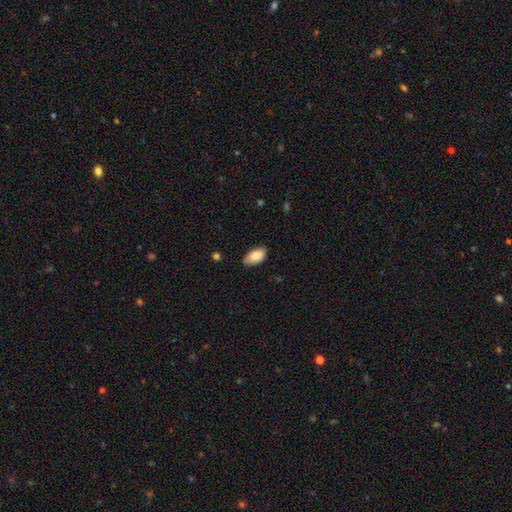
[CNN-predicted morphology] This is clearly a smooth galaxy (87%). How rounded: clearly in between (94%). Merging: likely none (77%).